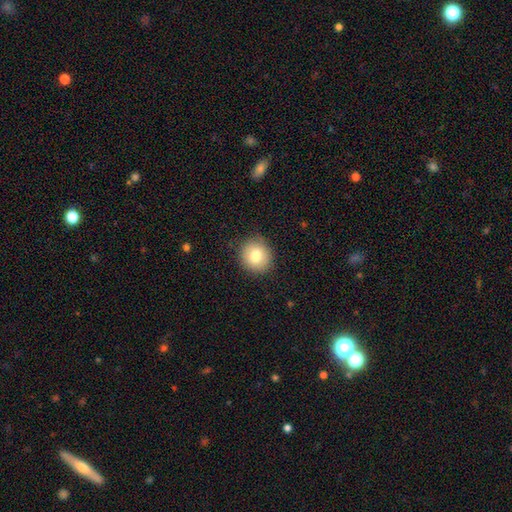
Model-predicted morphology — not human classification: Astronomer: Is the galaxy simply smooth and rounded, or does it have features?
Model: smooth — 79%.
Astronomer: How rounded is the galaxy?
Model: round — 86%.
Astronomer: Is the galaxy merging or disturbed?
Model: none — 87%.